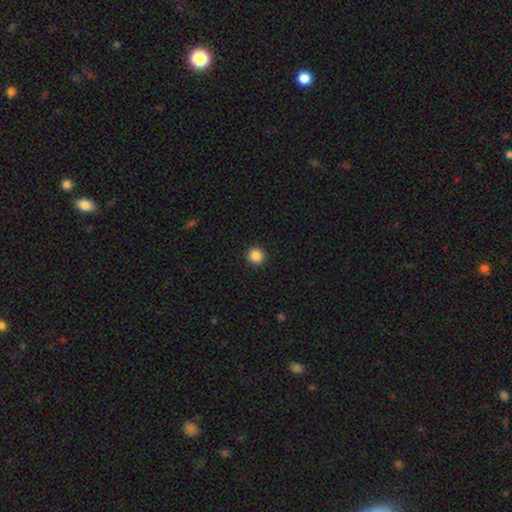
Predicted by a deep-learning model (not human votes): smooth-or-featured: smooth: 87% | star or artifact: 10% | featured or disk: 3%
  how-rounded: round: 95% | in between: 4% | cigar-shaped: 1%
  merging: none: 93% | minor disturbance: 4% | major disturbance: 2% | merger: 1%